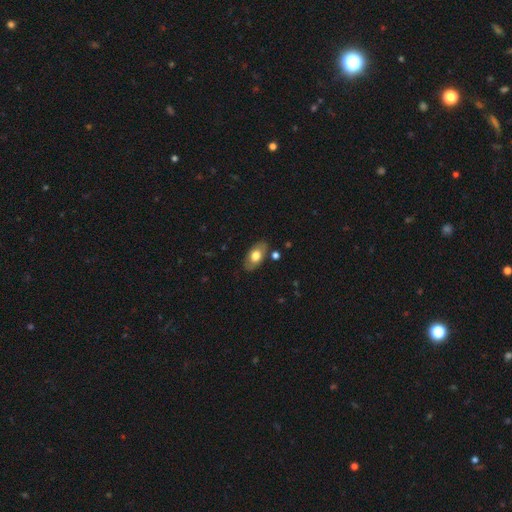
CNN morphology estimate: This appears to be a smooth galaxy with no disk features (66%) that is in between round and cigar-shaped (91%). Merging: none (81%).